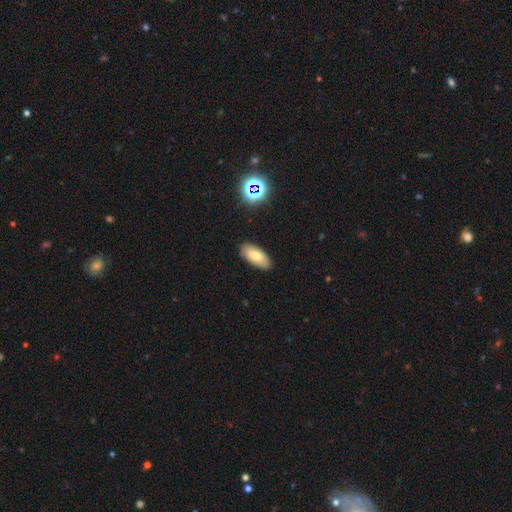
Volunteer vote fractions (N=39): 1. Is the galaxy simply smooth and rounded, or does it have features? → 85% smooth, 8% featured or disk, 8% star or artifact.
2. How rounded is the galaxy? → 91% in between, 9% cigar-shaped, 0% round.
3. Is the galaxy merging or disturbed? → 92% none, 6% merger, 3% minor disturbance, 0% major disturbance.